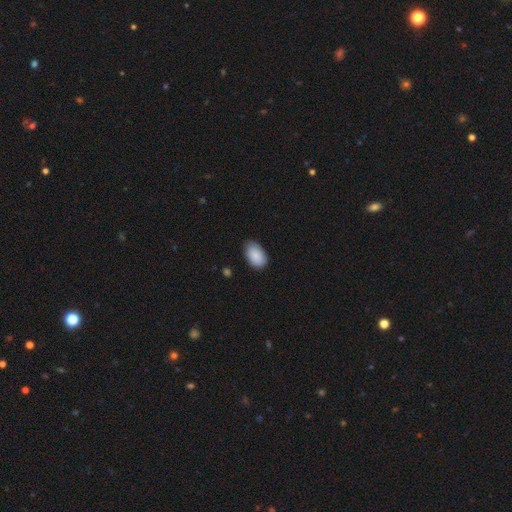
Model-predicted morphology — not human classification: Smooth or featured: smooth — 89% (star or artifact — 6%)
How rounded: in between — 93% (round — 6%)
Merging: none — 78% (minor disturbance — 18%)